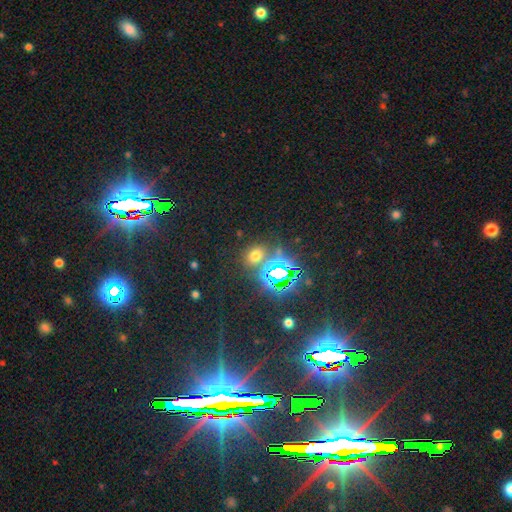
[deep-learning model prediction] Q: Smooth or featured?
A: smooth (51%); runner-up: star or artifact (42%)
Q: How rounded?
A: in between (50%); runner-up: round (48%)
Q: Merging?
A: none (77%); runner-up: merger (10%)